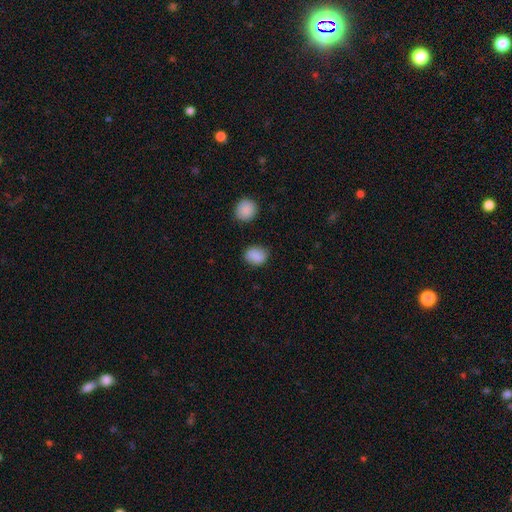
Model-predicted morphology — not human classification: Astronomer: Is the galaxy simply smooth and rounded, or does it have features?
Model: smooth — 87%.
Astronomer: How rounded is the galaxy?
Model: in between — 54% (runner-up: round, 45%).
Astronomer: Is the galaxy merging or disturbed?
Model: none — 80%.